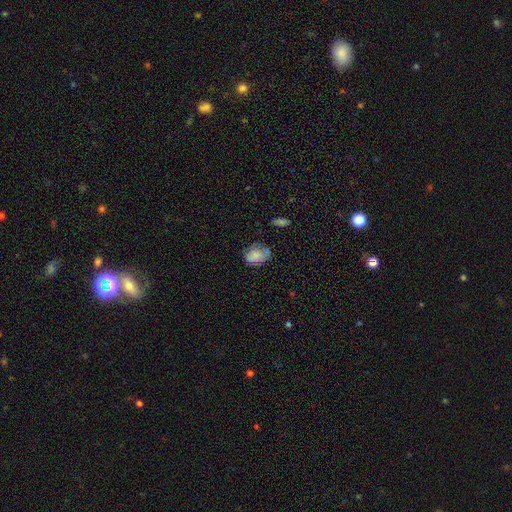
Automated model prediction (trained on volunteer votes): Smooth or featured? smooth (72%)
How rounded? in between (62%)
Merging? none (53%)